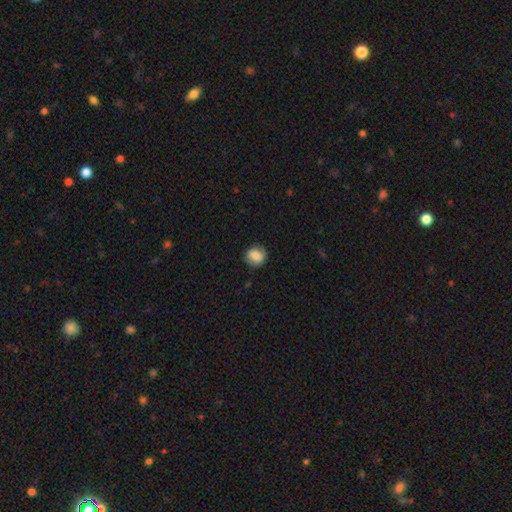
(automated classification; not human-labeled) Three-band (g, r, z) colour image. It shows a smooth galaxy with no disk features (81%) that is round (74%). Merging: none (81%).